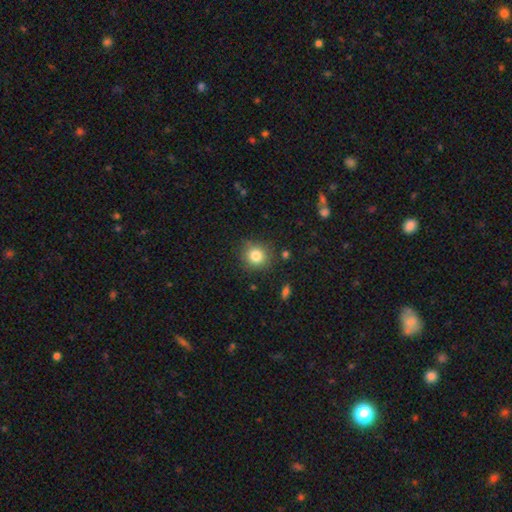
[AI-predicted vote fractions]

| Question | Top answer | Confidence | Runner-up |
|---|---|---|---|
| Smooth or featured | smooth | 82% | star or artifact (11%) |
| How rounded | round | 89% | in between (10%) |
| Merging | none | 84% | minor disturbance (11%) |